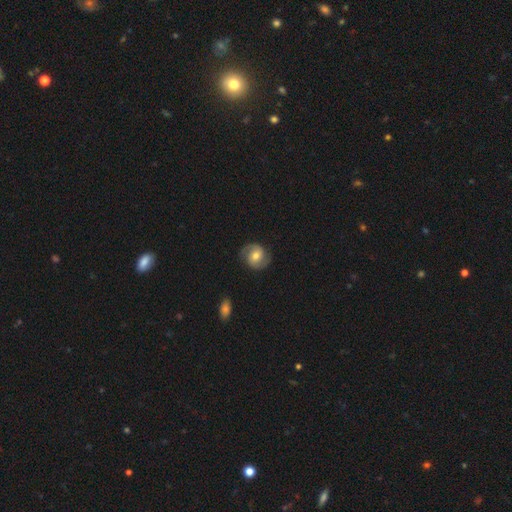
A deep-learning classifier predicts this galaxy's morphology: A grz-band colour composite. It shows a featured or disk galaxy (68%) with no bar (49%), 2 (90%) medium (48%) spiral arms (92%) and a moderate central bulge (68%). Merging: none (82%).